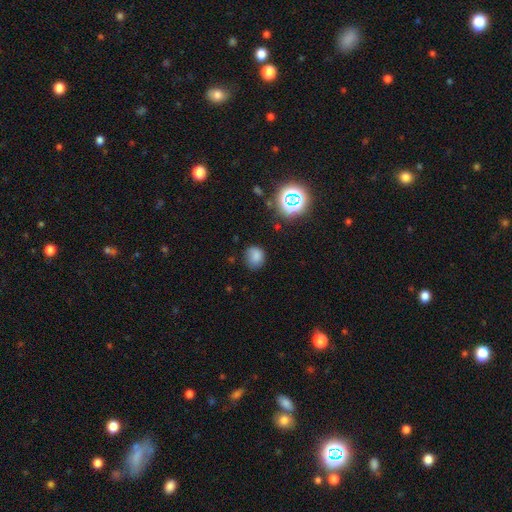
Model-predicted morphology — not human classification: smooth_or_featured: smooth (p=0.77) [alt: star or artifact p=0.15]
how_rounded: round (p=0.75) [alt: in between p=0.24]
merging: none (p=0.72) [alt: minor disturbance p=0.20]